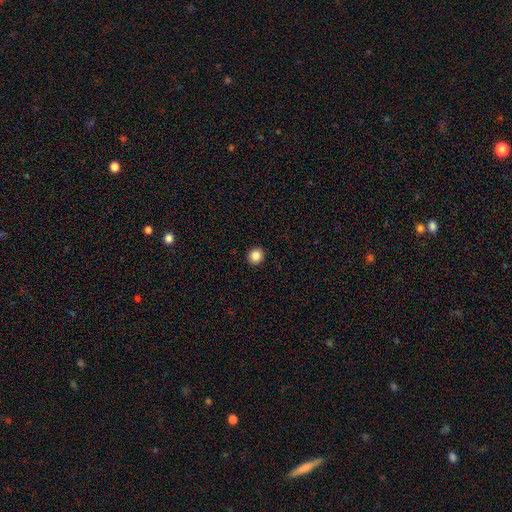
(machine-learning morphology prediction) type=smooth (85%); roundness=round (91%); merging=none (93%).